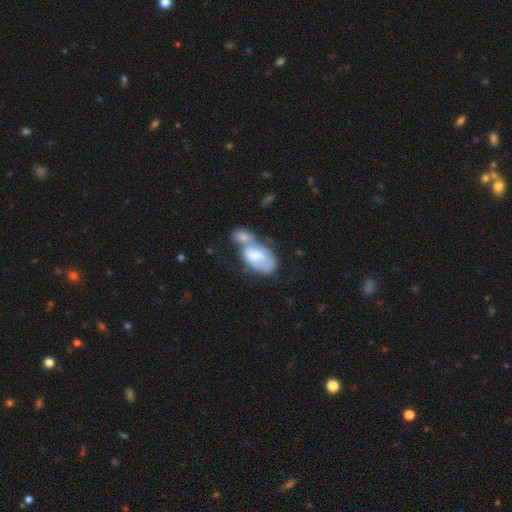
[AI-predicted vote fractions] Morphology: type=smooth (61%); roundness=in between (93%); merging=merger (67%).